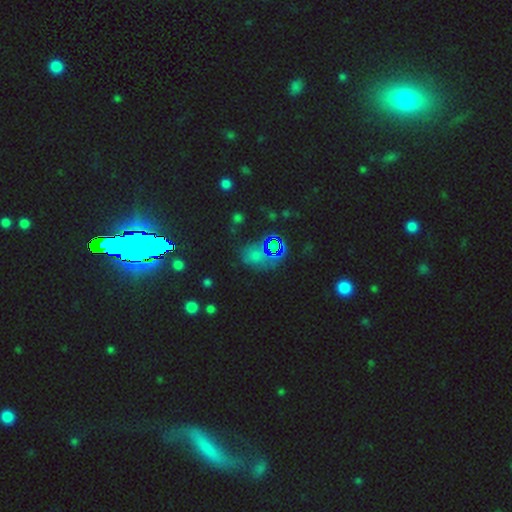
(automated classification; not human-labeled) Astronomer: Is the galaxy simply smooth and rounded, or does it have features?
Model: star or artifact — 52% (runner-up: smooth, 38%).